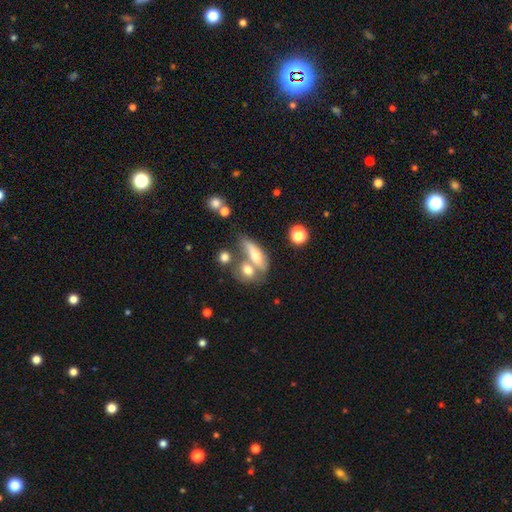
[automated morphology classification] Smooth or featured? Predicted: smooth (p=0.58). How rounded? Predicted: in between (p=0.52). Merging? Predicted: merger (p=0.43).